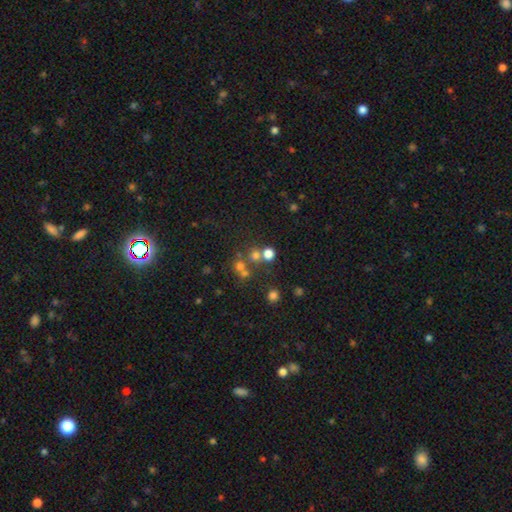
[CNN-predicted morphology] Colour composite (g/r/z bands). It shows a smooth galaxy with no disk features (50%). Merging: none (58%).